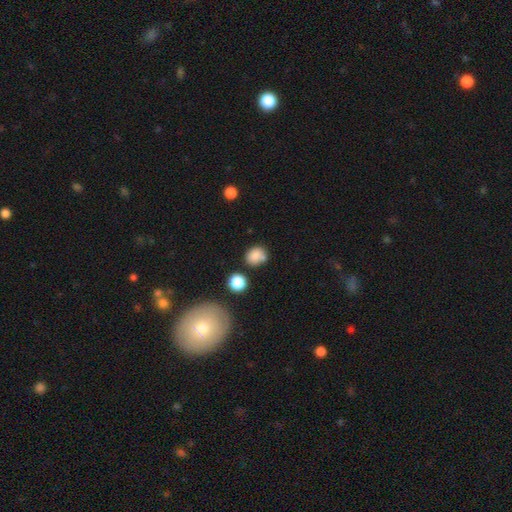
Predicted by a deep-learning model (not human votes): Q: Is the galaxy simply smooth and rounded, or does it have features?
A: smooth — 81%.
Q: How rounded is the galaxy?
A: round — 64%.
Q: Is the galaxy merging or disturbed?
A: none — 60%.